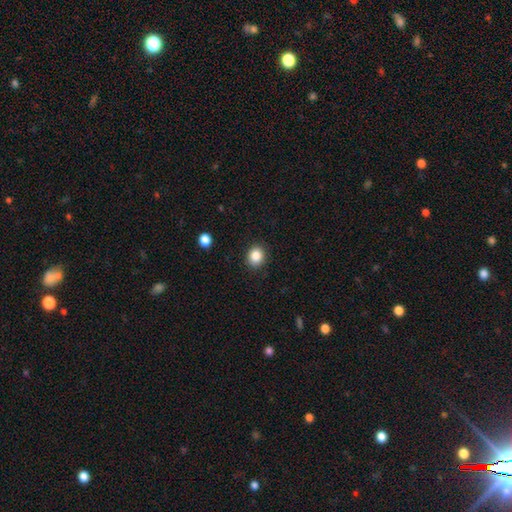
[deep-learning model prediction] smooth_or_featured: smooth (p=0.86) [alt: star or artifact p=0.10]
how_rounded: round (p=0.72) [alt: in between p=0.27]
merging: none (p=0.90) [alt: minor disturbance p=0.07]